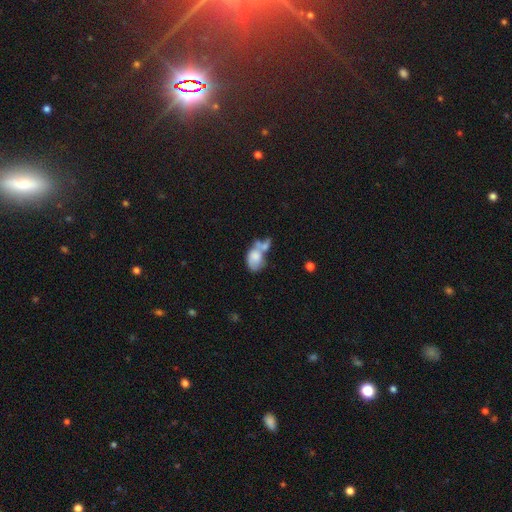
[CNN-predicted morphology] smooth-or-featured: smooth: 68% | featured or disk: 24% | star or artifact: 8%
  how-rounded: in between: 82% | round: 16% | cigar-shaped: 2%
  merging: merger: 61% | none: 16% | major disturbance: 12% | minor disturbance: 11%